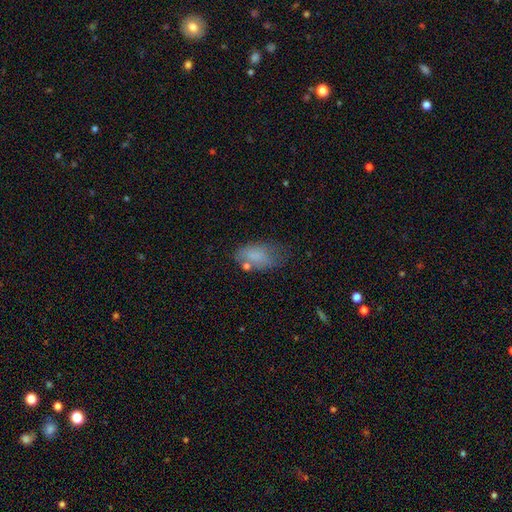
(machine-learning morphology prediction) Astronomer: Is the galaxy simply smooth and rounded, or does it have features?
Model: smooth — 74%.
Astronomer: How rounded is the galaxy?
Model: in between — 91%.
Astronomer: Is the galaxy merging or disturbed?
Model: none — 45% (runner-up: minor disturbance, 30%).